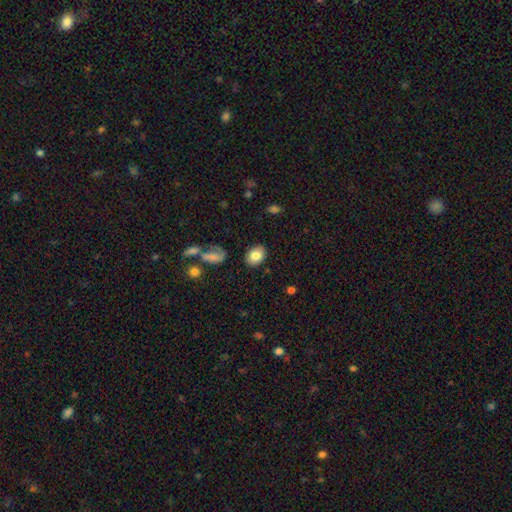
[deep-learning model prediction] Smooth or featured?
  - smooth: 81% *
  - featured or disk: 11%
  - star or artifact: 8%
How rounded?
  - in between: 71% *
  - round: 28%
  - cigar-shaped: 1%
Merging?
  - none: 85% *
  - minor disturbance: 9%
  - major disturbance: 3%
  - merger: 2%